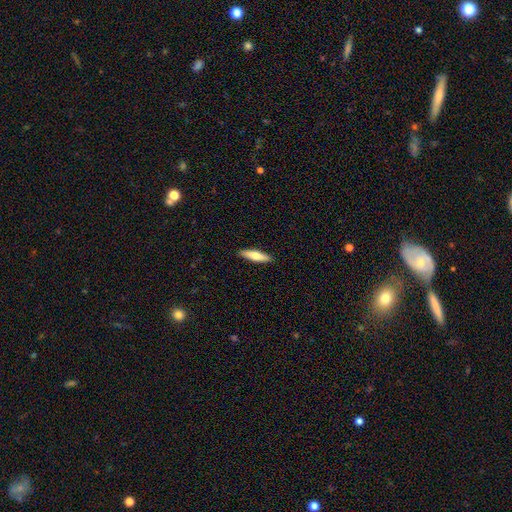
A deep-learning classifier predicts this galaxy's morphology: smooth_or_featured: smooth (p=0.68) [alt: featured or disk p=0.27]
how_rounded: cigar-shaped (p=0.71) [alt: in between p=0.27]
merging: none (p=0.90) [alt: minor disturbance p=0.08]